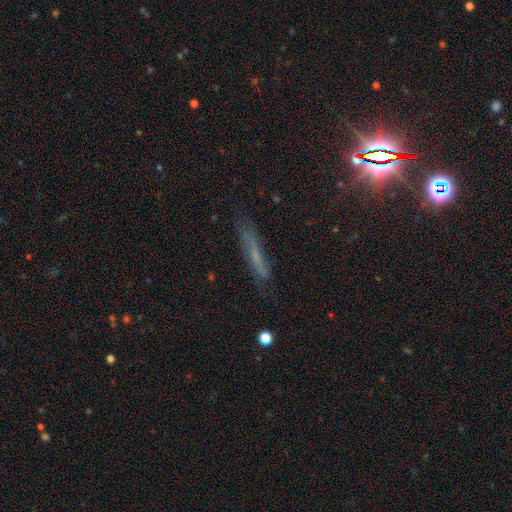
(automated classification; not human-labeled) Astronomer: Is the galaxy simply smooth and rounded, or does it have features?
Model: smooth — 44% (runner-up: featured or disk, 36%).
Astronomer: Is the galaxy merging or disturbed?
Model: none — 75%.